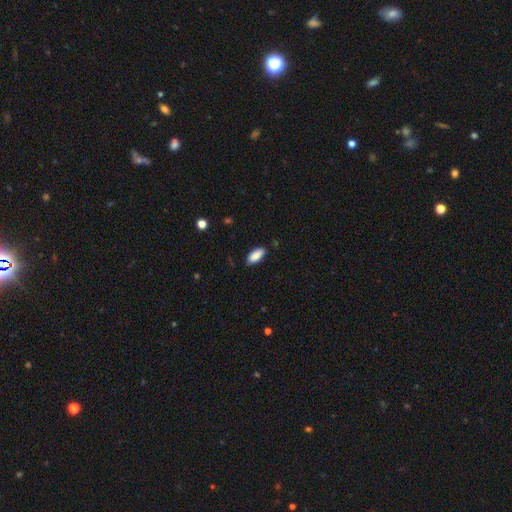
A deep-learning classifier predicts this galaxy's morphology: smooth-or-featured: smooth: 88% | star or artifact: 6% | featured or disk: 5%
  how-rounded: in between: 89% | cigar-shaped: 9% | round: 2%
  merging: none: 85% | minor disturbance: 12% | major disturbance: 2% | merger: 1%